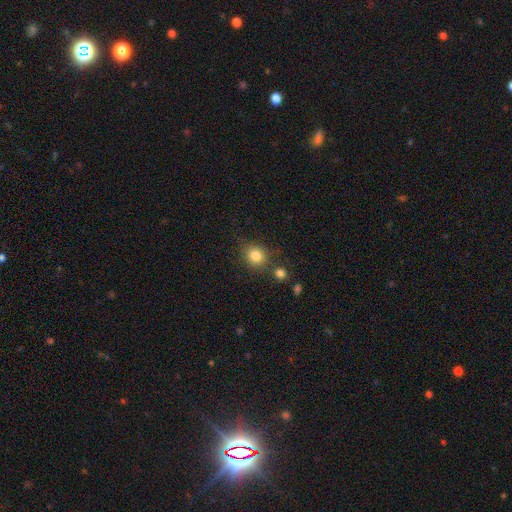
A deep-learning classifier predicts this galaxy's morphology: The model was most divided on "merging": none: 72%, minor disturbance: 14%, merger: 9%, major disturbance: 4%. More confident: smooth or featured — smooth (81%); how rounded — round (80%).